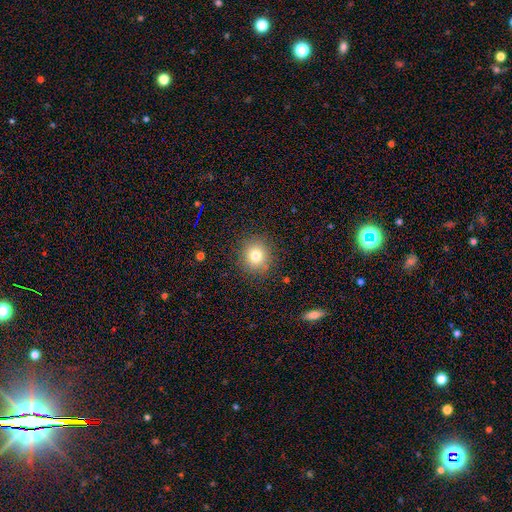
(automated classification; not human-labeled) Smooth or featured? Predicted: smooth (p=0.78). How rounded? Predicted: round (p=0.87). Merging? Predicted: none (p=0.87).